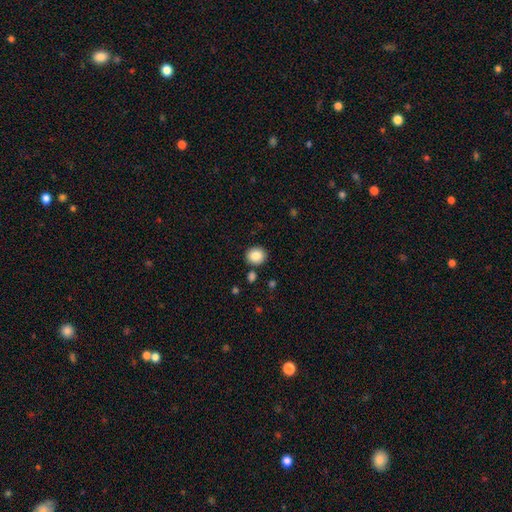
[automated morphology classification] type=smooth (86%); roundness=round (87%); merging=none (87%).